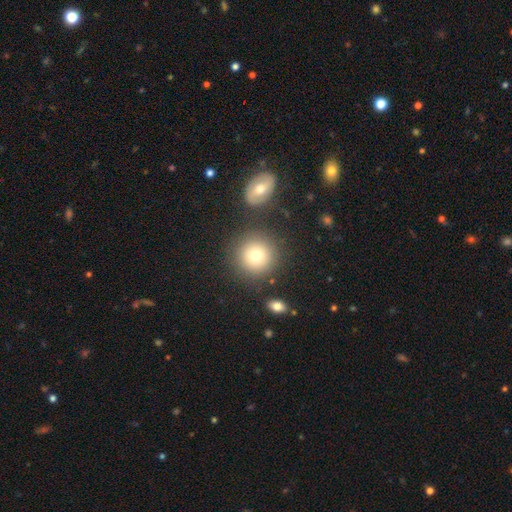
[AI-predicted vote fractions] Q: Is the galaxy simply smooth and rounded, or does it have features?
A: smooth — 78%.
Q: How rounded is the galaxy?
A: round — 93%.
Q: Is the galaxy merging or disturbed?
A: none — 81%.